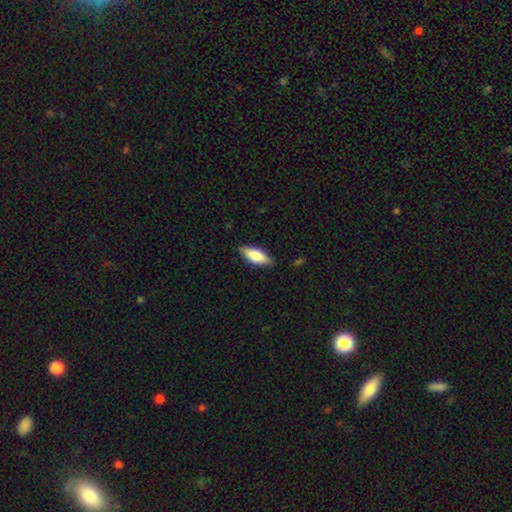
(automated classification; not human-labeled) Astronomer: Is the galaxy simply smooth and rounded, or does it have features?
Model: smooth — 73%.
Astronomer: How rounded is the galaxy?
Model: in between — 75%.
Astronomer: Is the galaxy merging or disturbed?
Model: none — 85%.